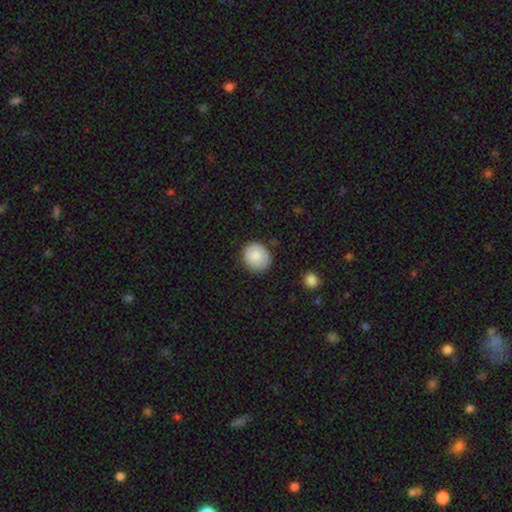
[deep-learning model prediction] Smooth or featured? smooth (84%)
How rounded? round (81%)
Merging? none (82%)